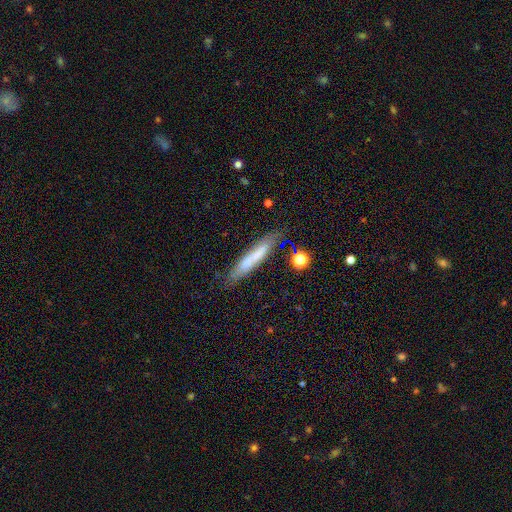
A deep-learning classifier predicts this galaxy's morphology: This is possibly a smooth galaxy (57%). How rounded: clearly cigar-shaped (91%). Merging: likely none (73%).